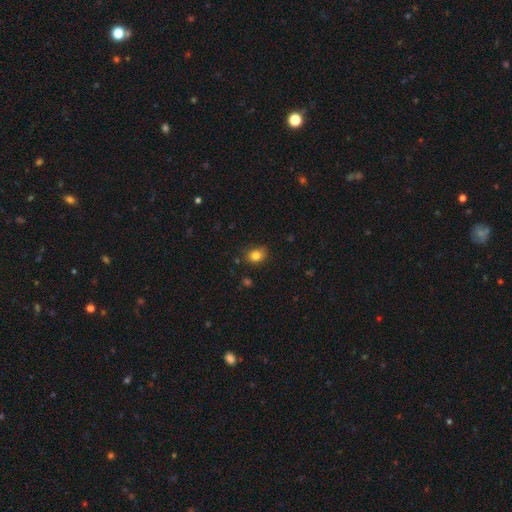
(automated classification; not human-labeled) smooth-or-featured: smooth: 82% | star or artifact: 11% | featured or disk: 7%
  how-rounded: round: 51% | in between: 48% | cigar-shaped: 1%
  merging: none: 77% | minor disturbance: 18% | major disturbance: 3% | merger: 2%